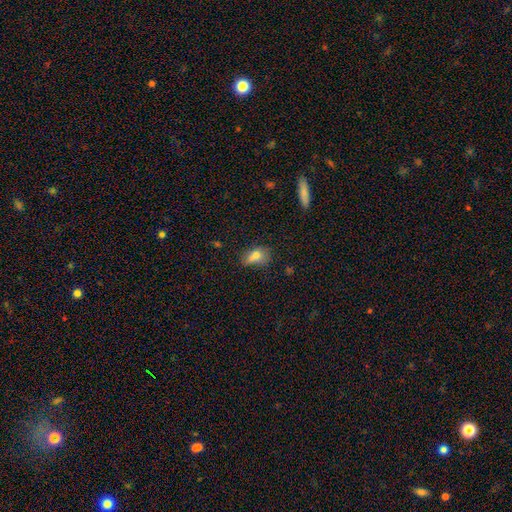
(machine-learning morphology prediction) Overall: smooth (71%). How rounded: in between (68%; round 29%). Merging: none (38%; minor disturbance 24%).